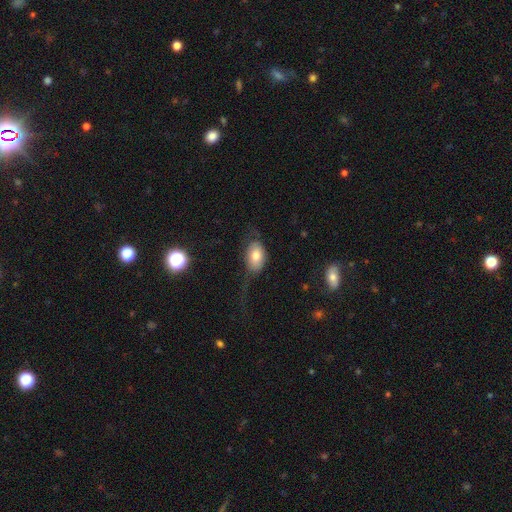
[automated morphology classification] Smooth or featured? Predicted: smooth (p=0.69). How rounded? Predicted: in between (p=0.87). Merging? Predicted: none (p=0.39).